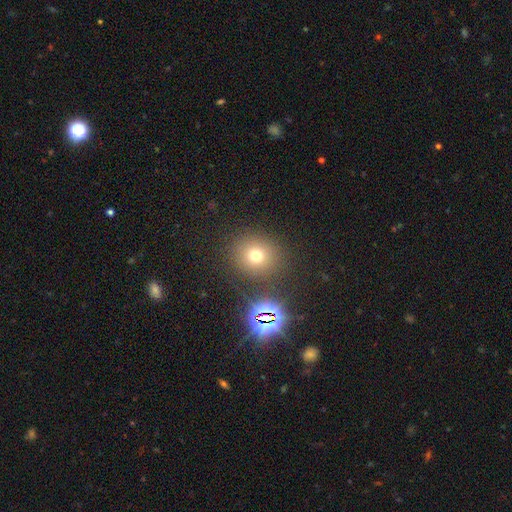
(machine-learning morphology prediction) A smooth galaxy with no disk features (67%) that is round (87%). Merging: none (84%).